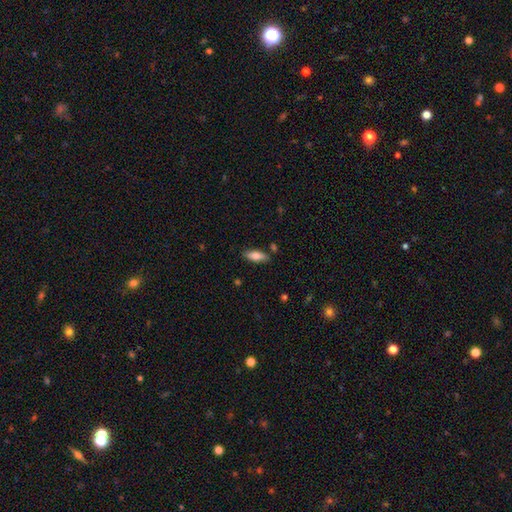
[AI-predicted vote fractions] This appears to be a smooth galaxy with no disk features (72%) that is in between round and cigar-shaped (67%). Merging: none (82%).